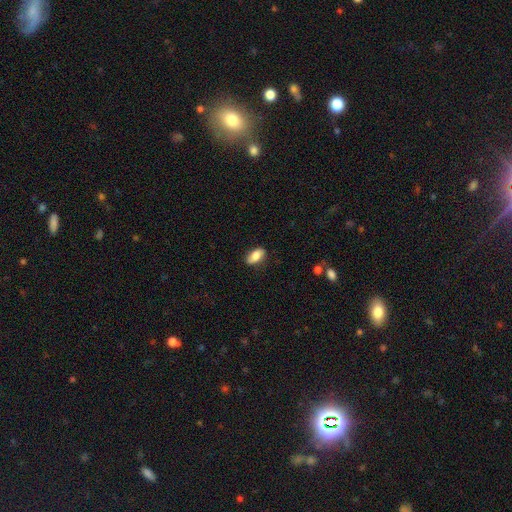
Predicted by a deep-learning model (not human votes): Overall: smooth (80%). How rounded: in between (90%). Merging: none (81%).